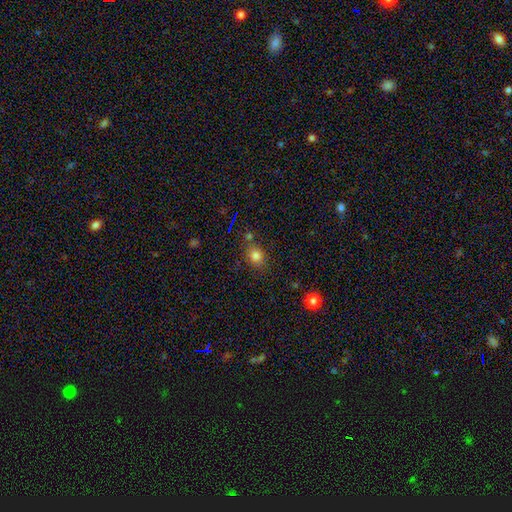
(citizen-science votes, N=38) Smooth or featured?
  - smooth: 84% *
  - featured or disk: 8%
  - star or artifact: 8%
How rounded?
  - round: 91% *
  - in between: 9%
  - cigar-shaped: 0%
Merging?
  - none: 66% *
  - minor disturbance: 17%
  - merger: 14%
  - major disturbance: 3%